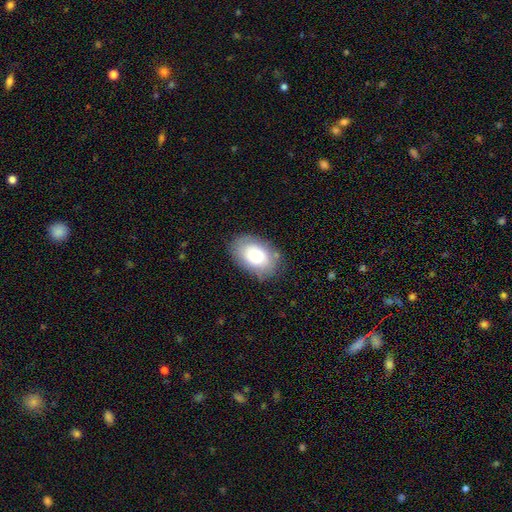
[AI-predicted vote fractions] Overall: smooth (78%). How rounded: in between (88%). Merging: none (79%).